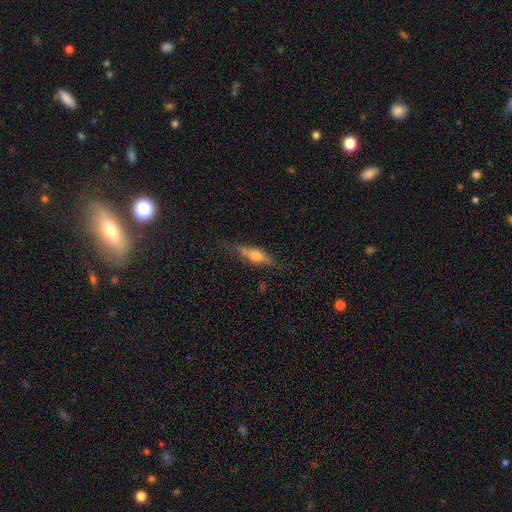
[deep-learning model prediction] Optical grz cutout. It shows a smooth galaxy with no disk features (50%) that is cigar-shaped (53%). Merging: none (61%).